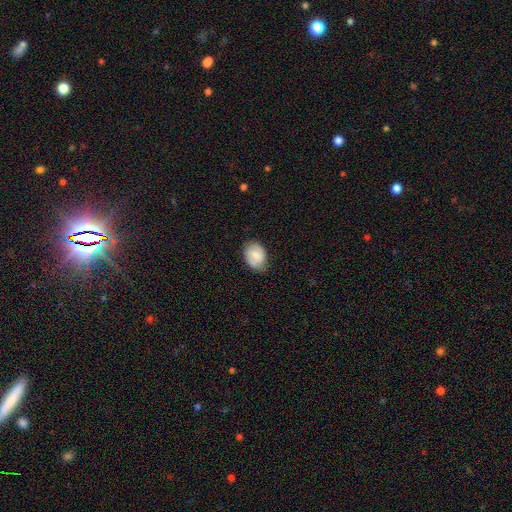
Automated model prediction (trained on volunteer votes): Smooth or featured? Predicted: smooth (p=0.66). How rounded? Predicted: in between (p=0.73). Merging? Predicted: none (p=0.76).